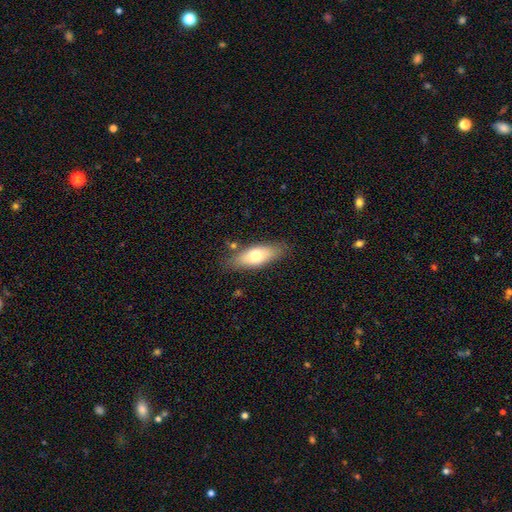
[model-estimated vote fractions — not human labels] Q: Smooth or featured?
A: smooth (69%); runner-up: featured or disk (24%)
Q: How rounded?
A: in between (69%); runner-up: cigar-shaped (29%)
Q: Merging?
A: none (80%); runner-up: minor disturbance (14%)